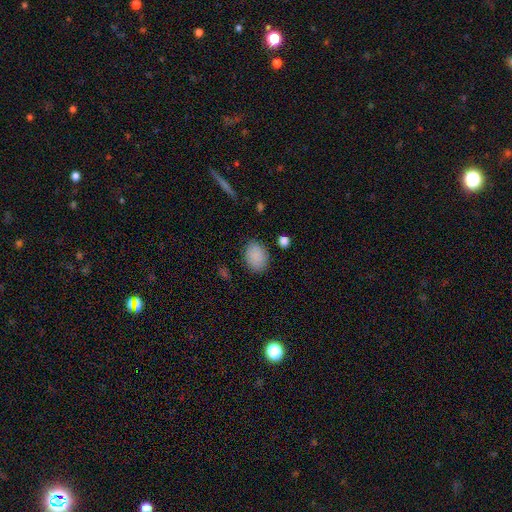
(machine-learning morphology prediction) Q: Smooth or featured?
A: smooth (88%); runner-up: star or artifact (8%)
Q: How rounded?
A: in between (73%); runner-up: round (26%)
Q: Merging?
A: none (83%); runner-up: minor disturbance (12%)